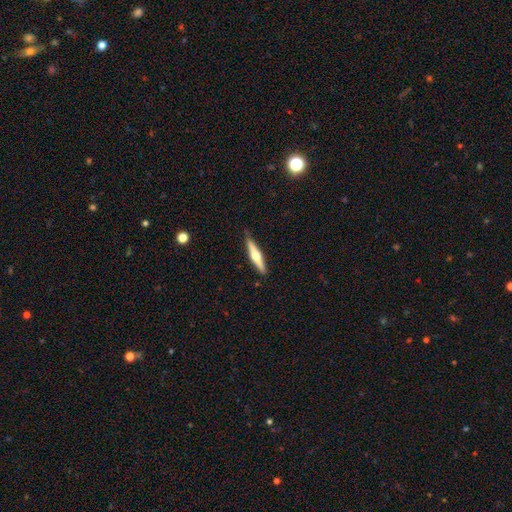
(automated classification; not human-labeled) The model was most divided on "smooth or featured": featured or disk: 58%, smooth: 37%, star or artifact: 5%. More confident: edge-on disk — yes (96%); edge-on bulge — rounded (91%); merging — none (87%).